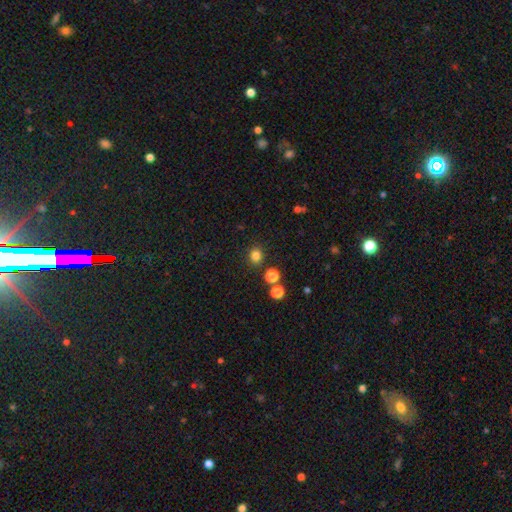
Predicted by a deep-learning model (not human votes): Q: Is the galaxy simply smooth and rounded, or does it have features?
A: smooth — 81%.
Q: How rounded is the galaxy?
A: round — 79%.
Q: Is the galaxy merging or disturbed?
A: none — 88%.